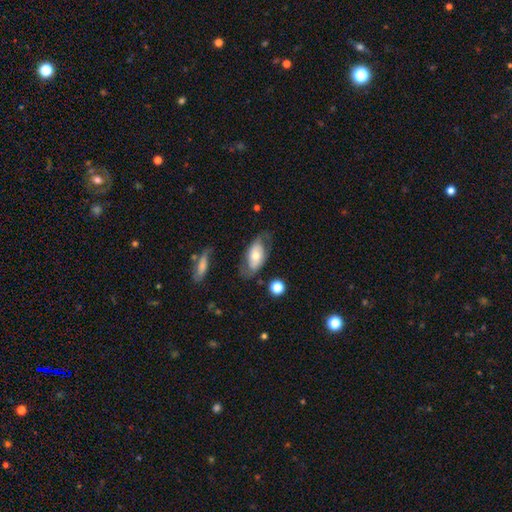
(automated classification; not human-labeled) This is possibly a smooth galaxy (50%). How rounded: clearly in between (89%). Merging: possibly none (60%).